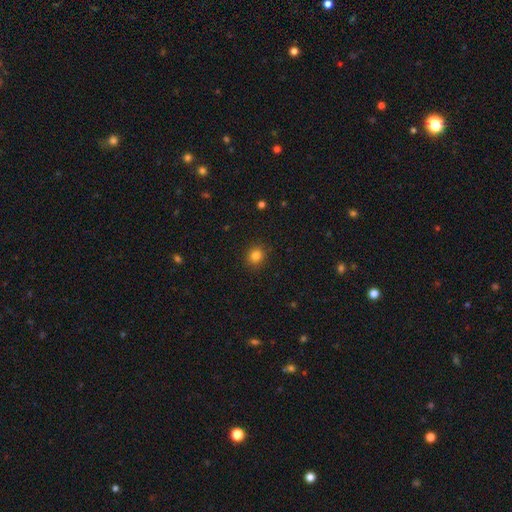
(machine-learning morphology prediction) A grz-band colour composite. It shows a smooth galaxy with no disk features (83%) that is round (80%). Merging: none (90%).